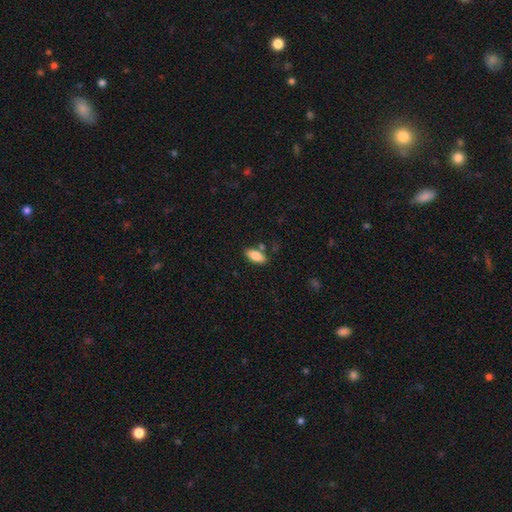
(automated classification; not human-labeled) Smooth or featured? smooth (83%)
How rounded? in between (87%)
Merging? none (77%)